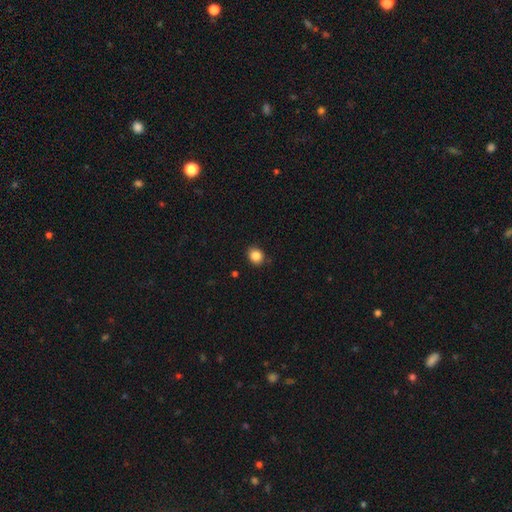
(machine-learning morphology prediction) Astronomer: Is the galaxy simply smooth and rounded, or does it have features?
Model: smooth — 86%.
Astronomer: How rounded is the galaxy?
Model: round — 67%.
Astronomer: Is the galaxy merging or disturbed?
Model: none — 87%.